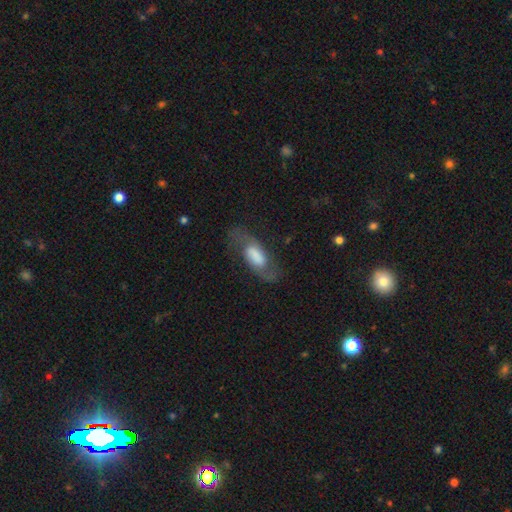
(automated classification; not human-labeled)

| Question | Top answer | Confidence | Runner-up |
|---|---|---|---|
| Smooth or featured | featured or disk | 53% | smooth (39%) |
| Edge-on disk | no | 89% | yes (11%) |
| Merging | none | 58% | minor disturbance (22%) |